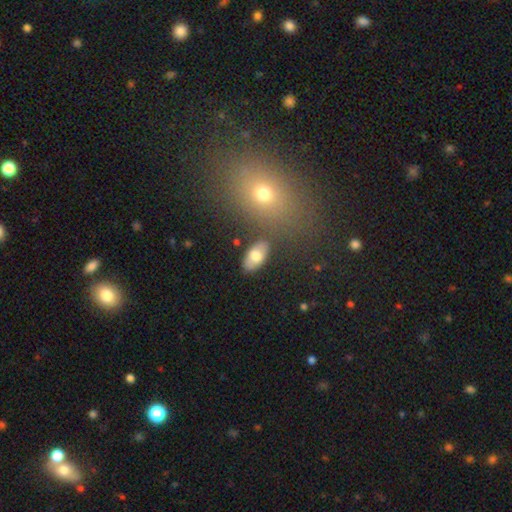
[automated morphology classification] This appears to be a smooth galaxy with no disk features (72%) that is in between round and cigar-shaped (93%). Merging: none (82%).